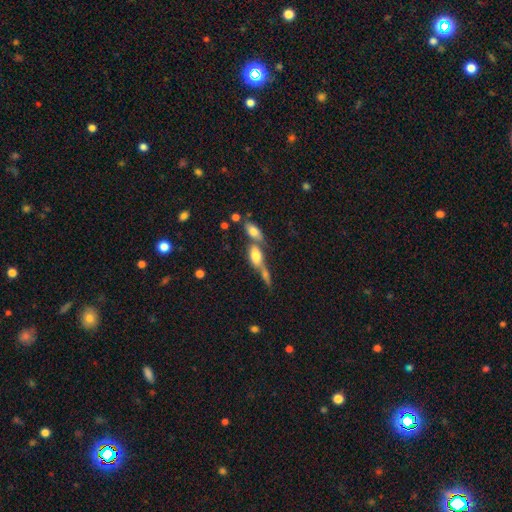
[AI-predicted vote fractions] smooth-or-featured: smooth: 66% | featured or disk: 23% | star or artifact: 11%
  how-rounded: in between: 76% | cigar-shaped: 16% | round: 8%
  merging: merger: 57% | none: 27% | minor disturbance: 9% | major disturbance: 7%